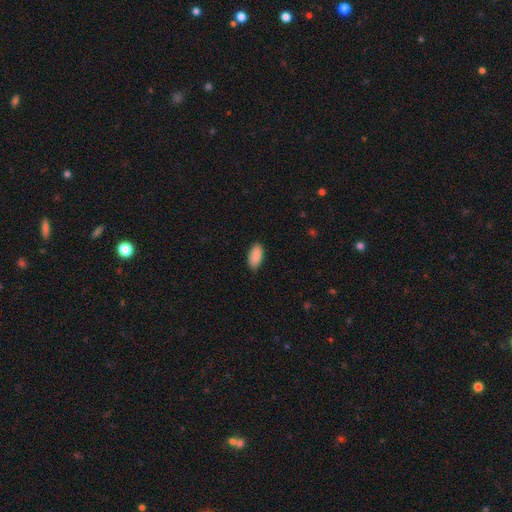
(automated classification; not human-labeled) The model was most divided on "merging": none: 86%, minor disturbance: 11%, major disturbance: 2%, merger: 1%. More confident: how rounded — in between (93%); smooth or featured — smooth (90%).